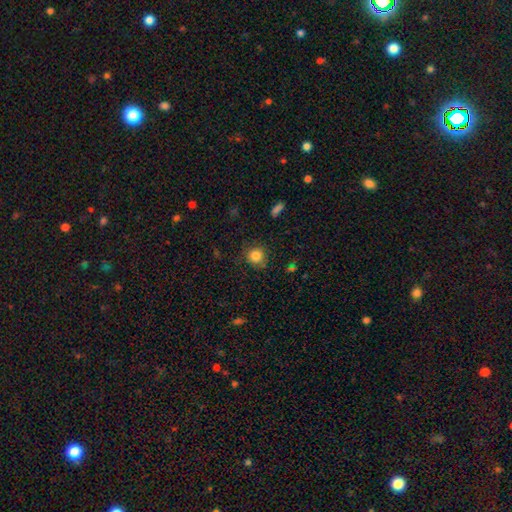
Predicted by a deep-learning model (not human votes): Overall: smooth (84%). How rounded: round (90%). Merging: none (80%).